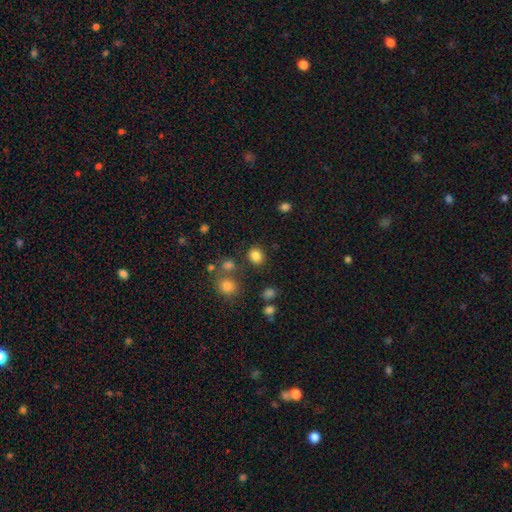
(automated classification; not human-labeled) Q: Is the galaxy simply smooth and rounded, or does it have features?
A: smooth — 83%.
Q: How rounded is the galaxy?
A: round — 67%.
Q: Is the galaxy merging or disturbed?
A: none — 81%.